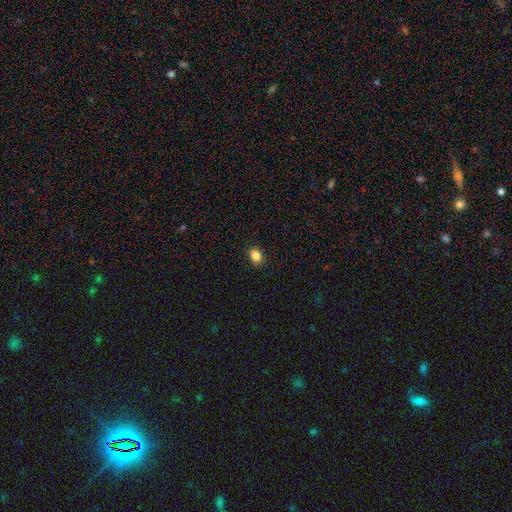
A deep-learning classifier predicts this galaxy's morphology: Smooth or featured: smooth — 85% (star or artifact — 10%)
How rounded: in between — 62% (round — 37%)
Merging: none — 90% (minor disturbance — 7%)